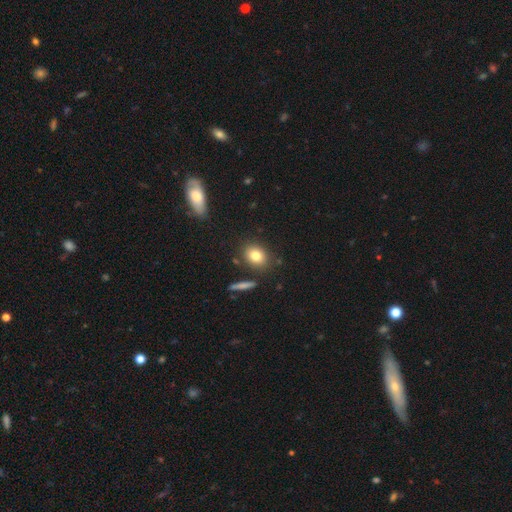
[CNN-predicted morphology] This appears to be a smooth galaxy with no disk features (80%) that is in between round and cigar-shaped (53%). Merging: none (82%).